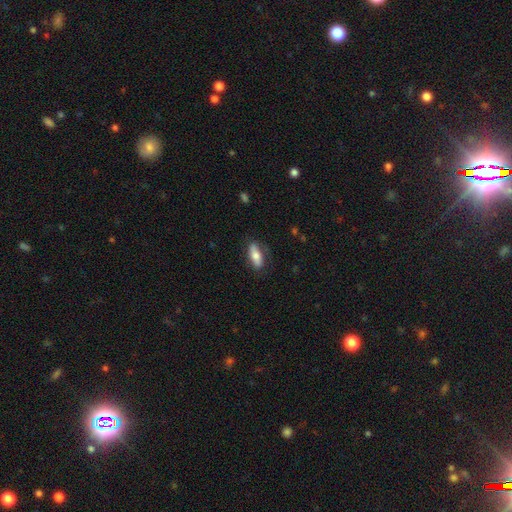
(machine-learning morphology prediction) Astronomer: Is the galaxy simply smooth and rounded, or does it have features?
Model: smooth — 70%.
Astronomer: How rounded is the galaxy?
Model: in between — 73%.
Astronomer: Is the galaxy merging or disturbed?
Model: none — 75%.